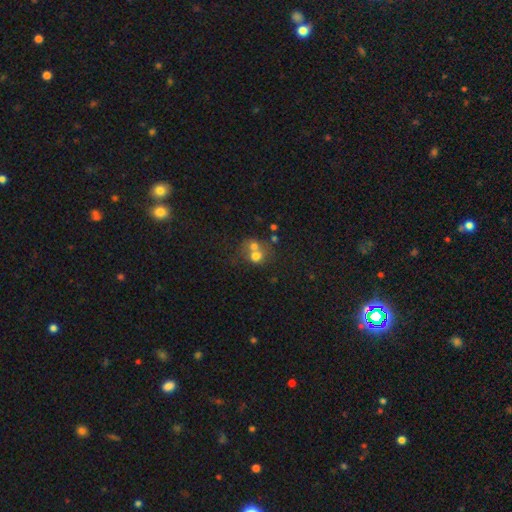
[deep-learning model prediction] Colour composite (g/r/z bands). It shows a smooth galaxy with no disk features (66%) that is round (73%). Merging: merger (63%).